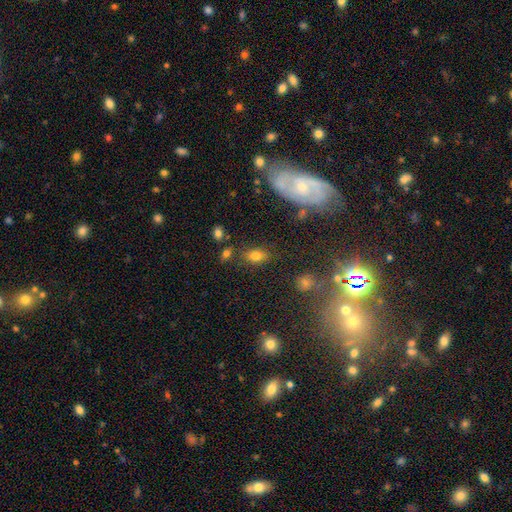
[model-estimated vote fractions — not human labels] smooth_or_featured: smooth (p=0.75) [alt: star or artifact p=0.14]
how_rounded: in between (p=0.85) [alt: round p=0.12]
merging: none (p=0.77) [alt: minor disturbance p=0.14]